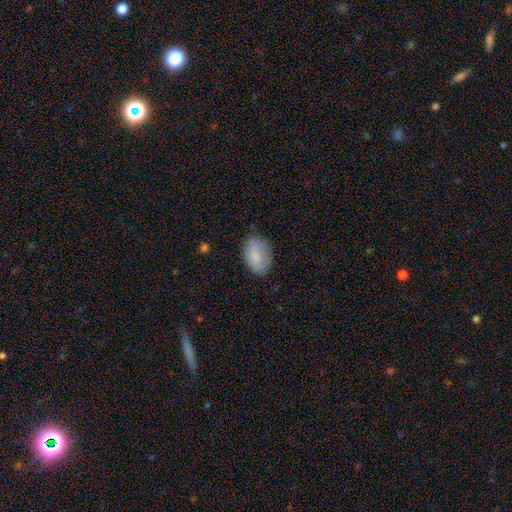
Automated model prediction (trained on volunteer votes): smooth_or_featured: smooth (p=0.83) [alt: featured or disk p=0.10]
how_rounded: in between (p=0.89) [alt: round p=0.10]
merging: none (p=0.75) [alt: minor disturbance p=0.20]